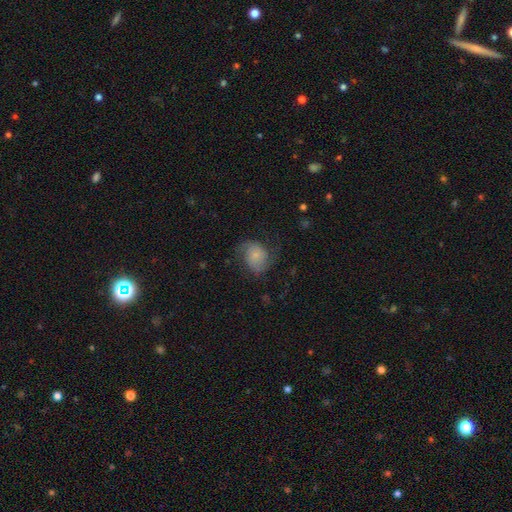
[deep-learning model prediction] smooth_or_featured: featured or disk (p=0.60) [alt: smooth p=0.32]
disk_edge_on: no (p=0.98) [alt: yes p=0.02]
bar: no (p=0.73) [alt: weak p=0.22]
has_spiral_arms: yes (p=0.92) [alt: no p=0.08]
spiral_winding: medium (p=0.46) [alt: loose p=0.34]
spiral_arm_count: 2 (p=0.87) [alt: can't tell p=0.06]
bulge_size: small (p=0.64) [alt: moderate p=0.18]
merging: none (p=0.66) [alt: minor disturbance p=0.20]